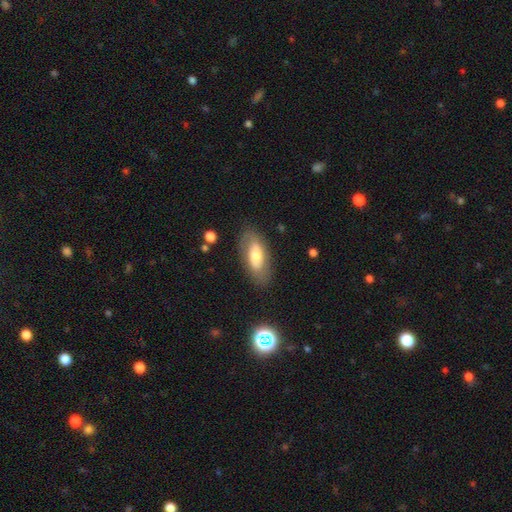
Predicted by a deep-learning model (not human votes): smooth_or_featured: smooth (p=0.54) [alt: featured or disk p=0.39]
how_rounded: in between (p=0.86) [alt: cigar-shaped p=0.10]
merging: none (p=0.79) [alt: minor disturbance p=0.14]